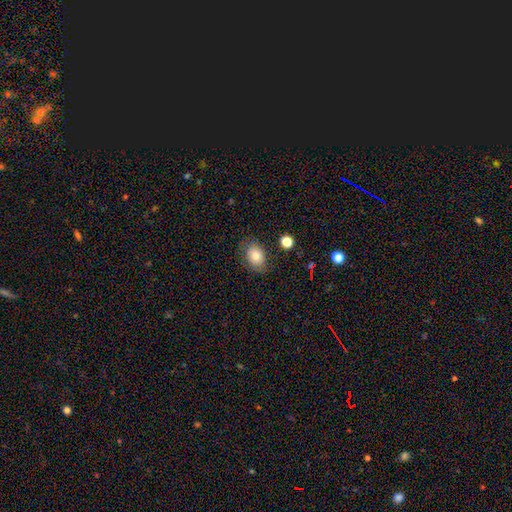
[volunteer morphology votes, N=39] This appears to be a smooth galaxy with no disk features (85%) that is in between round and cigar-shaped (64%). Merging: none (67%).